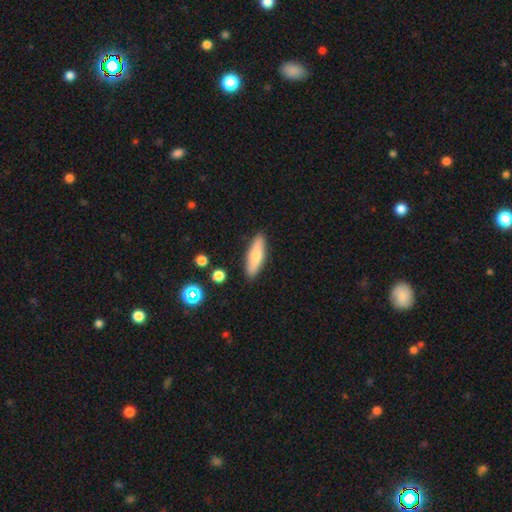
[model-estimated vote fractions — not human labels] The model was most divided on "how rounded": cigar-shaped: 54%, in between: 44%, round: 2%. More confident: merging — none (88%); smooth or featured — smooth (70%).